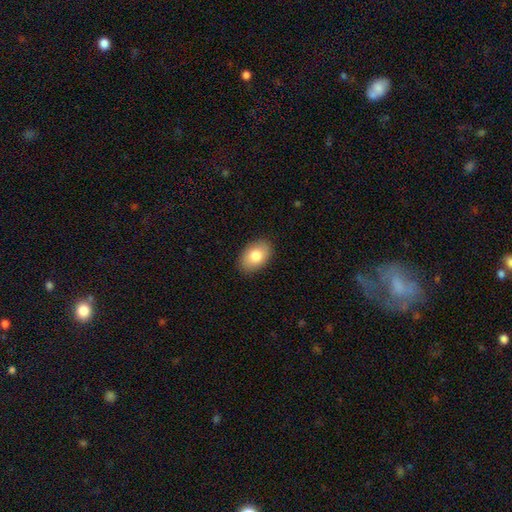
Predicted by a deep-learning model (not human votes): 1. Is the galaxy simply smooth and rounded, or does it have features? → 82% smooth, 11% featured or disk, 7% star or artifact.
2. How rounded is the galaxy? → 89% in between, 10% round, 1% cigar-shaped.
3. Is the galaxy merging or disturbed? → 88% none, 9% minor disturbance, 2% major disturbance, 1% merger.